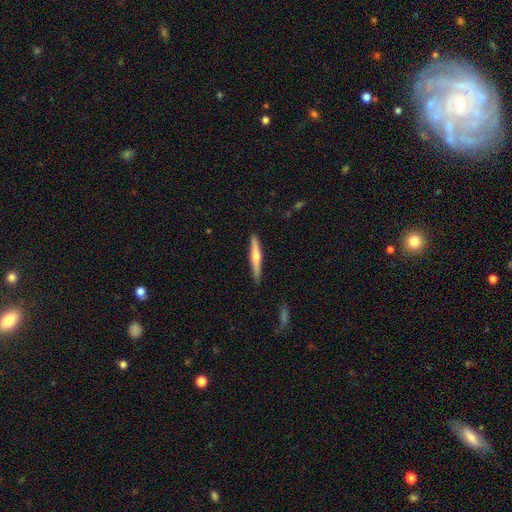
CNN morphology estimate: Overall: featured or disk (54%; smooth 41%). Edge-on disk: yes (97%). Edge-on bulge: rounded (86%). Merging: none (89%).